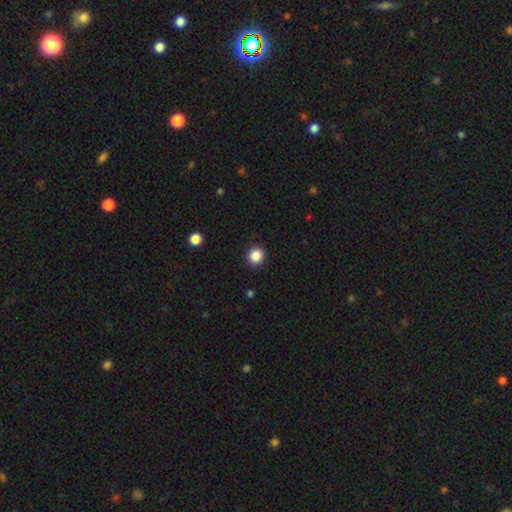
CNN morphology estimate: Q: Smooth or featured?
A: smooth (87%); runner-up: star or artifact (10%)
Q: How rounded?
A: round (89%); runner-up: in between (11%)
Q: Merging?
A: none (90%); runner-up: minor disturbance (6%)